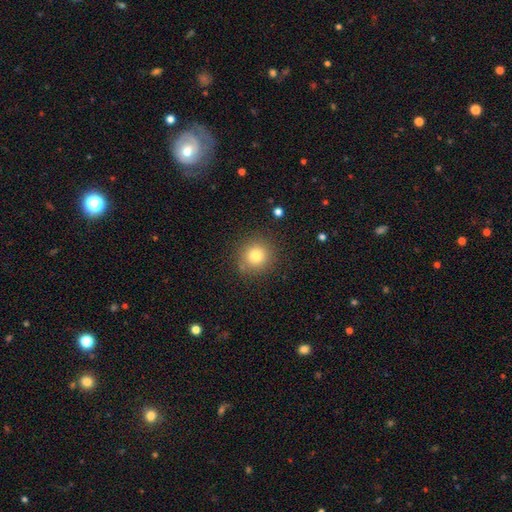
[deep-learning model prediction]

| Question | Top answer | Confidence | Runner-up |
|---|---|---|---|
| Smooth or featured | smooth | 79% | star or artifact (12%) |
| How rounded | round | 91% | in between (8%) |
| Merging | none | 85% | minor disturbance (10%) |